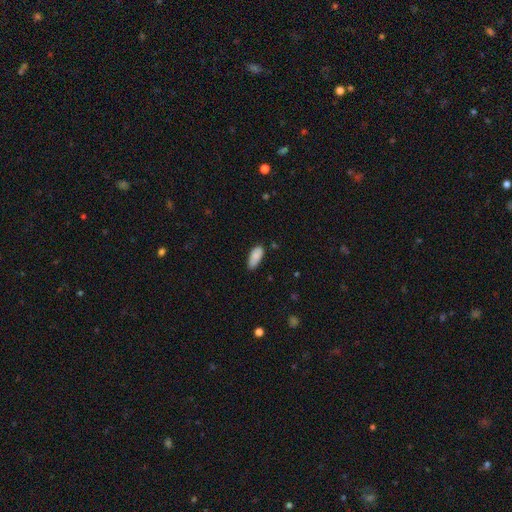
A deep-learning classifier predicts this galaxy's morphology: smooth-or-featured: smooth: 86% | featured or disk: 8% | star or artifact: 7%
  how-rounded: in between: 85% | cigar-shaped: 13% | round: 2%
  merging: none: 71% | minor disturbance: 23% | major disturbance: 3% | merger: 2%